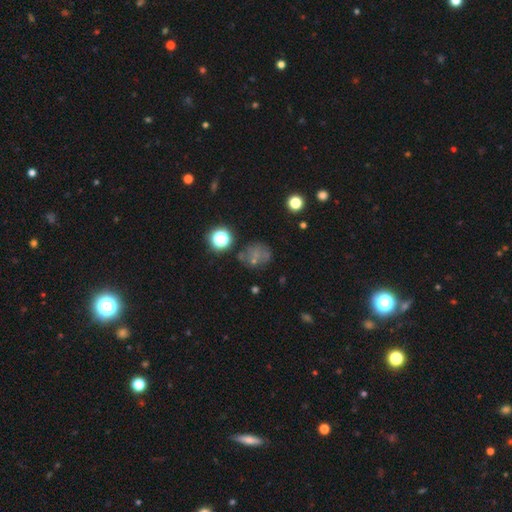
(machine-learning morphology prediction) A smooth galaxy with no disk features (53%) that is round (75%).

Vote fractions:
- Smooth or featured? smooth: 53% / star or artifact: 27% / featured or disk: 20%
- How rounded? round: 75% / in between: 23% / cigar-shaped: 1%
- Merging? none: 60% / minor disturbance: 17% / merger: 12% / major disturbance: 11%